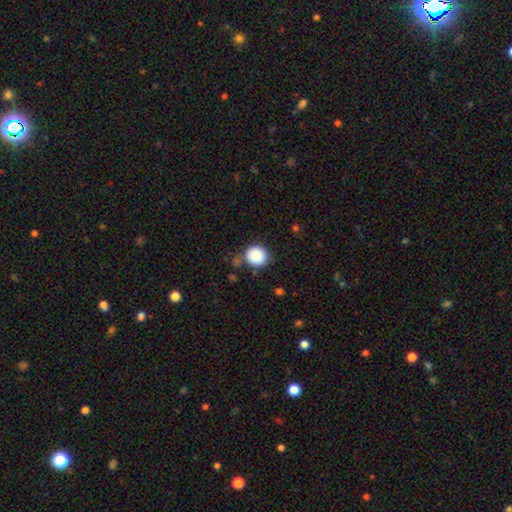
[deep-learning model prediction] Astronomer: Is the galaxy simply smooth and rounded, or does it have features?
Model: smooth — 88%.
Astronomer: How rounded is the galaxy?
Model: round — 86%.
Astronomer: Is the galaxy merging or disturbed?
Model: none — 74%.